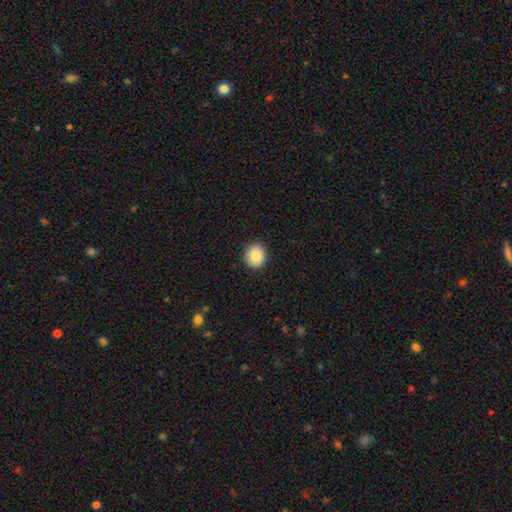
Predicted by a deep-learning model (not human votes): Smooth or featured? Predicted: smooth (p=0.85). How rounded? Predicted: round (p=0.87). Merging? Predicted: none (p=0.91).